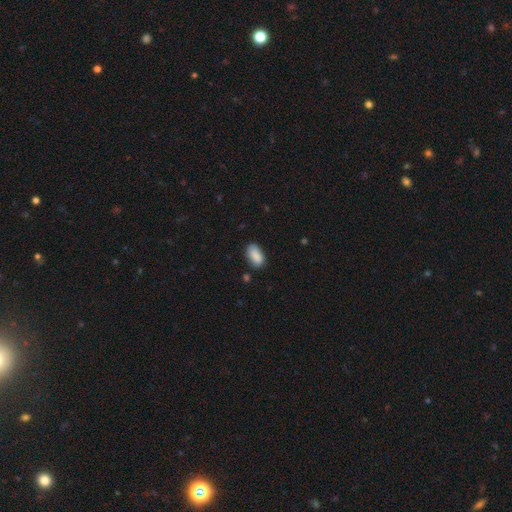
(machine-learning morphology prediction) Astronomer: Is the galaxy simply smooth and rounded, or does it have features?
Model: smooth — 88%.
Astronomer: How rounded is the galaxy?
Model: in between — 93%.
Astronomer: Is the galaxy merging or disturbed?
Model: none — 78%.